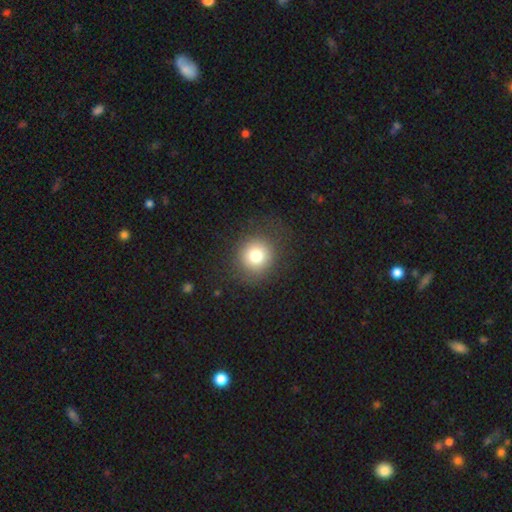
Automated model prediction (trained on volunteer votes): A smooth galaxy with no disk features (78%) that is round (88%).

Vote fractions:
- Smooth or featured? smooth: 78% / star or artifact: 12% / featured or disk: 10%
- How rounded? round: 88% / in between: 11% / cigar-shaped: 1%
- Merging? none: 81% / minor disturbance: 11% / major disturbance: 7% / merger: 1%